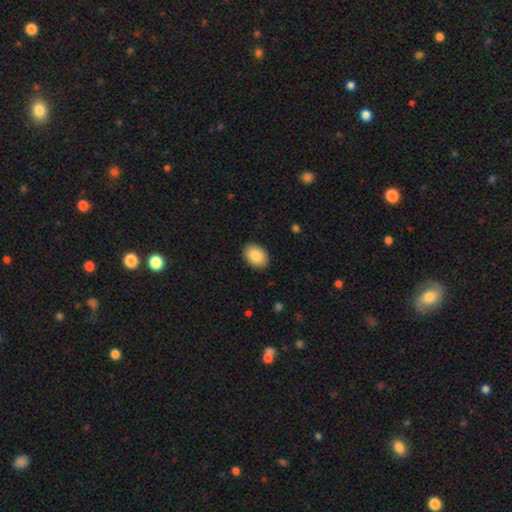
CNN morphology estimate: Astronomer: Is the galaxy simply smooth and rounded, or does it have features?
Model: smooth — 87%.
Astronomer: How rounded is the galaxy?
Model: in between — 78%.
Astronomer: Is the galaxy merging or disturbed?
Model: none — 89%.